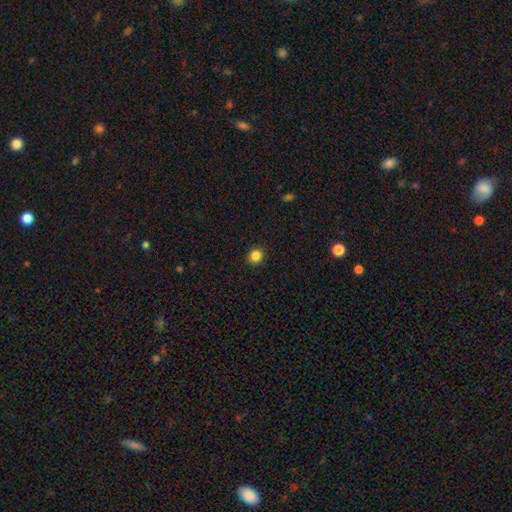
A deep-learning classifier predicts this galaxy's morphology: smooth-or-featured: smooth: 85% | star or artifact: 11% | featured or disk: 4%
  how-rounded: round: 84% | in between: 15% | cigar-shaped: 1%
  merging: none: 91% | minor disturbance: 6% | major disturbance: 2% | merger: 1%